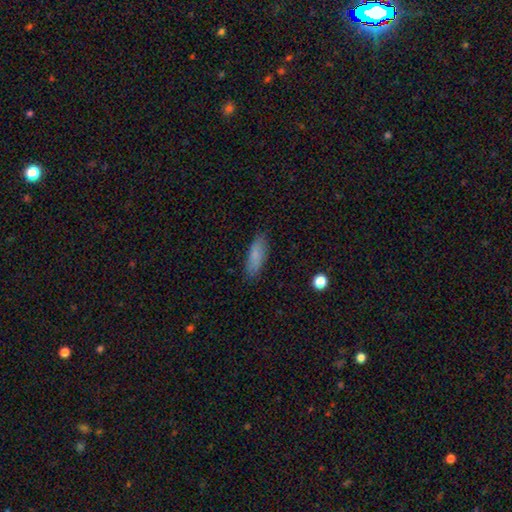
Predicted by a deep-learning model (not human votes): Smooth or featured: smooth — 82% (featured or disk — 11%)
How rounded: in between — 56% (cigar-shaped — 42%)
Merging: none — 87% (minor disturbance — 10%)